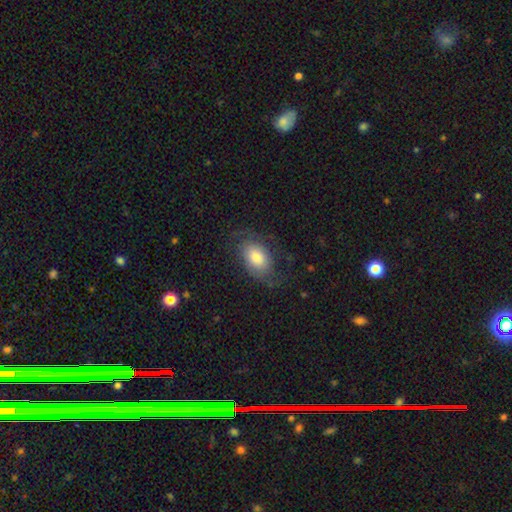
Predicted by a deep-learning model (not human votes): The model was most divided on "smooth or featured": smooth: 47%, featured or disk: 45%, star or artifact: 9%. More confident: merging — none (63%).